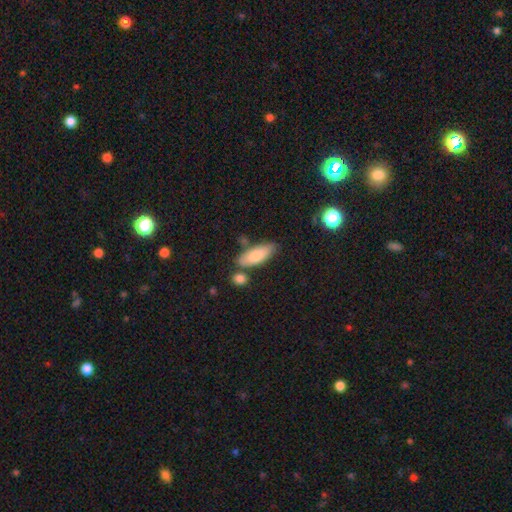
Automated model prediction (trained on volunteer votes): smooth-or-featured: smooth: 79% | featured or disk: 15% | star or artifact: 6%
  how-rounded: in between: 67% | cigar-shaped: 30% | round: 2%
  merging: none: 70% | minor disturbance: 16% | merger: 10% | major disturbance: 4%